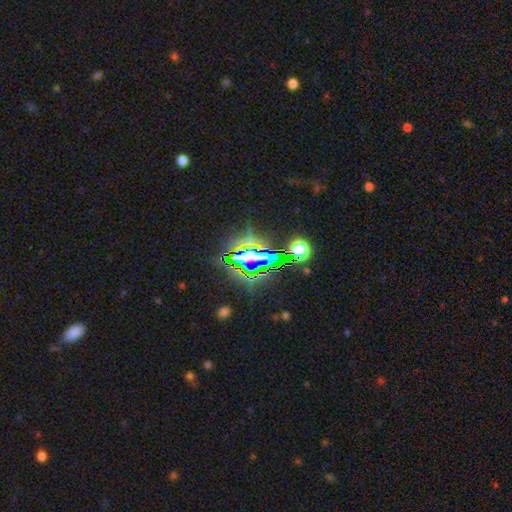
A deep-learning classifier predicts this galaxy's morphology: Smooth or featured: star or artifact — 71% (featured or disk — 15%)